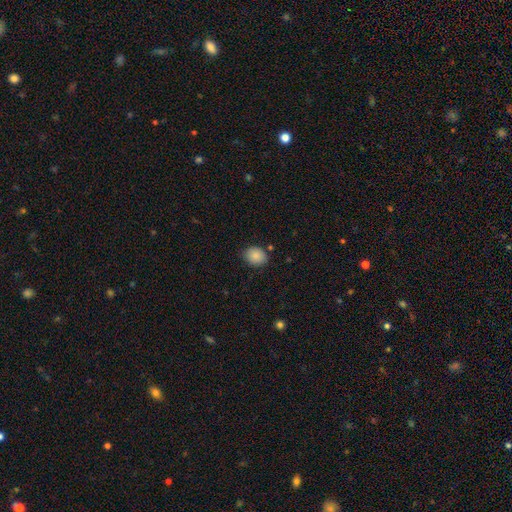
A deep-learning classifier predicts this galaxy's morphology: Smooth or featured?
  - smooth: 86% *
  - star or artifact: 8%
  - featured or disk: 5%
How rounded?
  - round: 52% *
  - in between: 47%
  - cigar-shaped: 1%
Merging?
  - none: 82% *
  - minor disturbance: 13%
  - major disturbance: 3%
  - merger: 2%